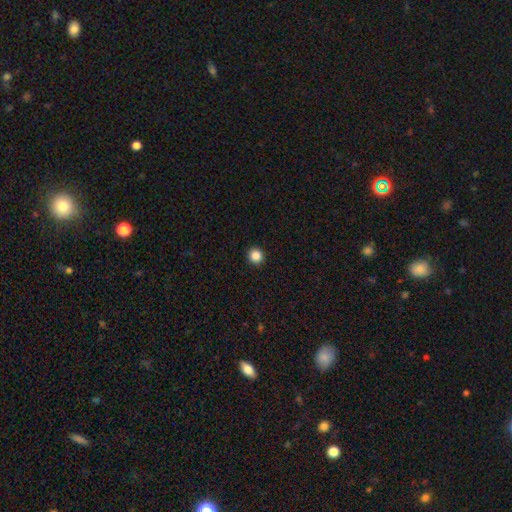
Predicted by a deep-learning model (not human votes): Overall: smooth (86%). How rounded: round (94%). Merging: none (93%).